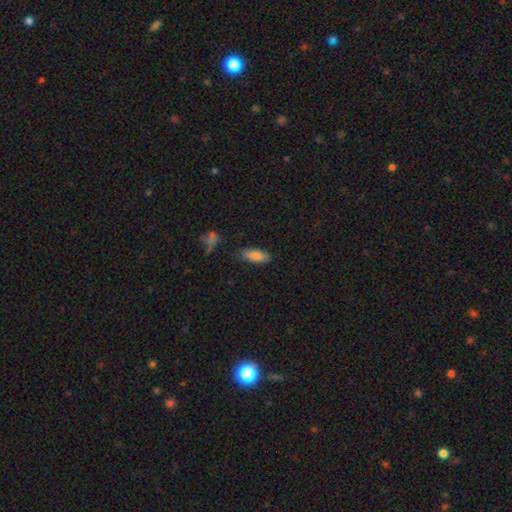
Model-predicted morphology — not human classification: This is likely a smooth galaxy (79%). How rounded: likely in between (73%). Merging: likely none (80%).